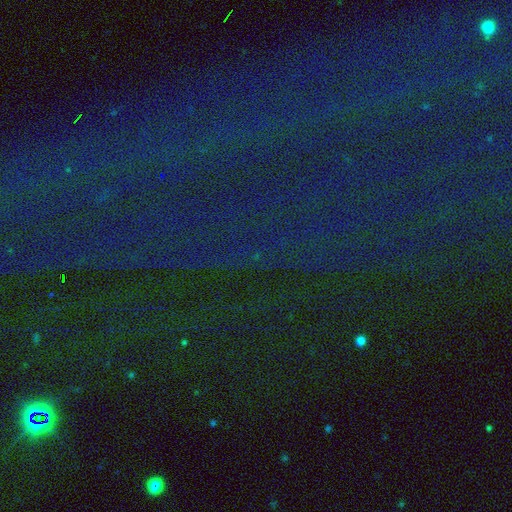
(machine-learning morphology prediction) star or artifact 84%, smooth 8%, featured or disk 8%.